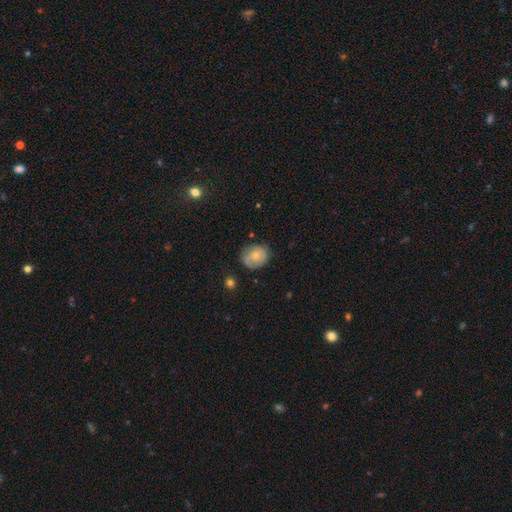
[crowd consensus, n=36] A featured or disk galaxy (67%) with no bar (75%), tight (67%) spiral arms (88%) and a small central bulge (54%).

Vote fractions:
- Smooth or featured? featured or disk: 67% / smooth: 31% / star or artifact: 3%
- Edge-on disk? no: 100% / yes: 0%
- Bar? no: 75% / weak: 21% / strong: 4%
- Spiral arms? yes: 88% / no: 12%
- Spiral winding? tight: 67% / medium: 24% / loose: 10%
- Spiral arm count? can't tell: 43% / 2: 33% / 3: 24% / 1: 0% / 4: 0% / more than 4: 0%
- Bulge size? small: 54% / moderate: 38% / large: 4% / none: 4% / dominant: 0%
- Merging? none: 83% / minor disturbance: 17% / major disturbance: 0% / merger: 0%